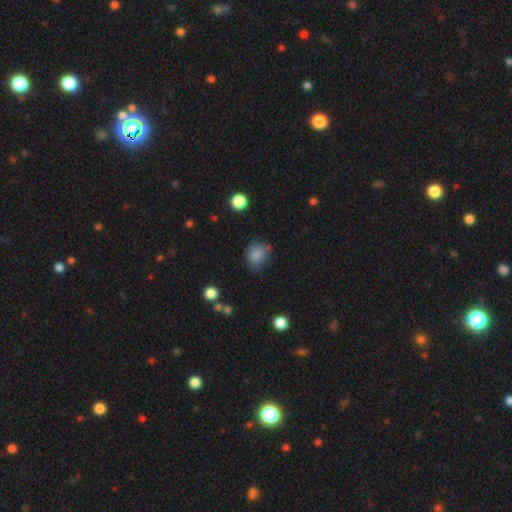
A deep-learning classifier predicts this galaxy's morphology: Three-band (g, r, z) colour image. It shows a smooth galaxy with no disk features (83%) that is round (60%). Merging: none (63%).